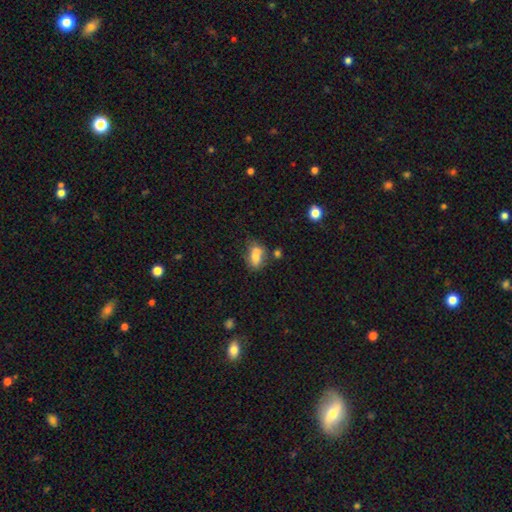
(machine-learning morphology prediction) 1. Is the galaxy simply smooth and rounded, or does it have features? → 68% smooth, 21% featured or disk, 10% star or artifact.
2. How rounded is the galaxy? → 78% in between, 18% round, 3% cigar-shaped.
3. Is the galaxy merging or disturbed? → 38% none, 36% merger, 18% minor disturbance, 8% major disturbance.